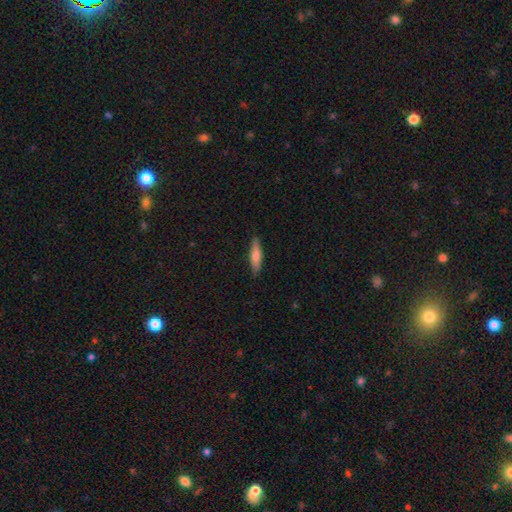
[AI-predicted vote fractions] Smooth or featured? Predicted: smooth (p=0.62). How rounded? Predicted: cigar-shaped (p=0.75). Merging? Predicted: none (p=0.88).